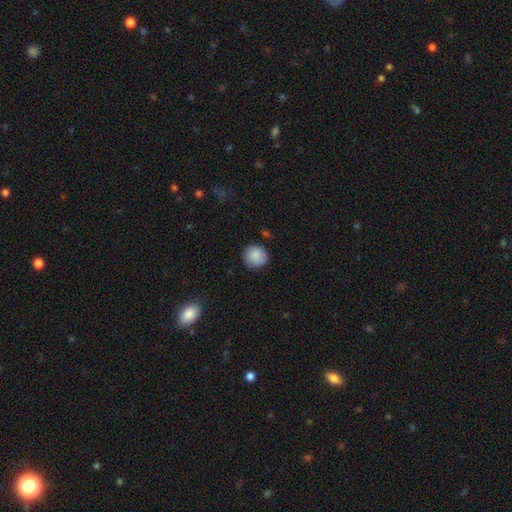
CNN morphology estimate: Overall: smooth (84%). How rounded: round (91%). Merging: none (79%).